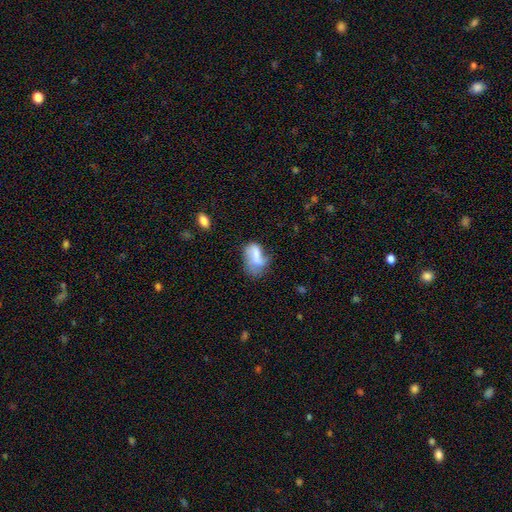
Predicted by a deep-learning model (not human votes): Smooth or featured? Predicted: smooth (p=0.59). How rounded? Predicted: in between (p=0.86). Merging? Predicted: major disturbance (p=0.33).